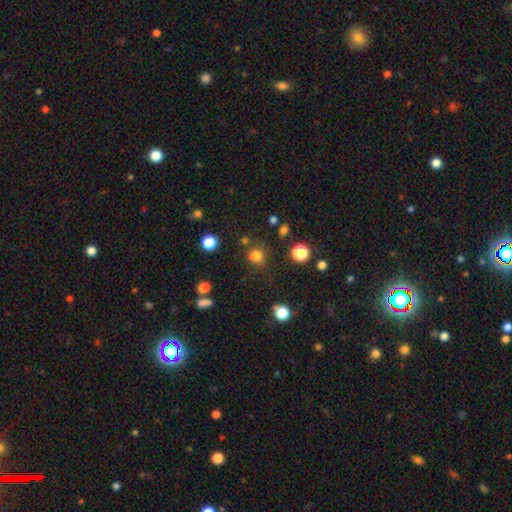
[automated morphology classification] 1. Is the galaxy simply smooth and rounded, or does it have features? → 73% smooth, 21% star or artifact, 6% featured or disk.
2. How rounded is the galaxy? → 73% round, 26% in between, 1% cigar-shaped.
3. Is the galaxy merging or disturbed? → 63% none, 16% minor disturbance, 12% merger, 8% major disturbance.